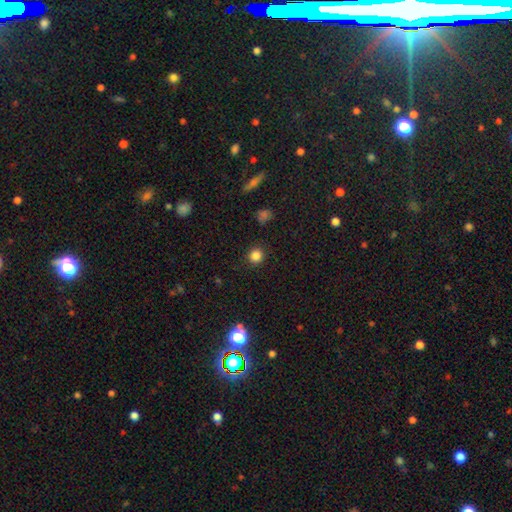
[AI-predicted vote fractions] Smooth or featured?
  - smooth: 83% *
  - star or artifact: 13%
  - featured or disk: 4%
How rounded?
  - round: 92% *
  - in between: 7%
  - cigar-shaped: 1%
Merging?
  - none: 90% *
  - minor disturbance: 7%
  - major disturbance: 2%
  - merger: 1%